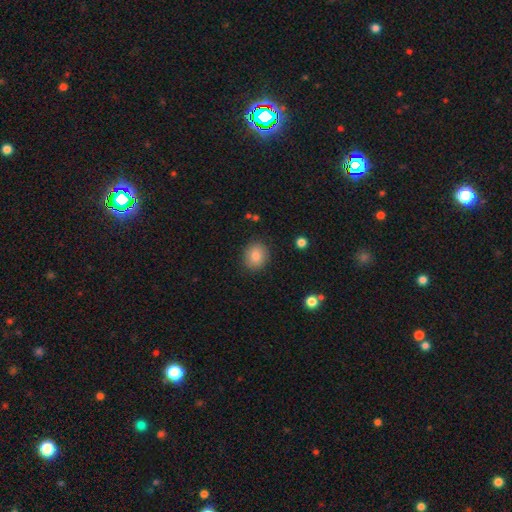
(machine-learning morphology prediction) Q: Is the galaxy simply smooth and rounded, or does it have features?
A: smooth — 84%.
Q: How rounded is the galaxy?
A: round — 72%.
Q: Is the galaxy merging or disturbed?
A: none — 87%.